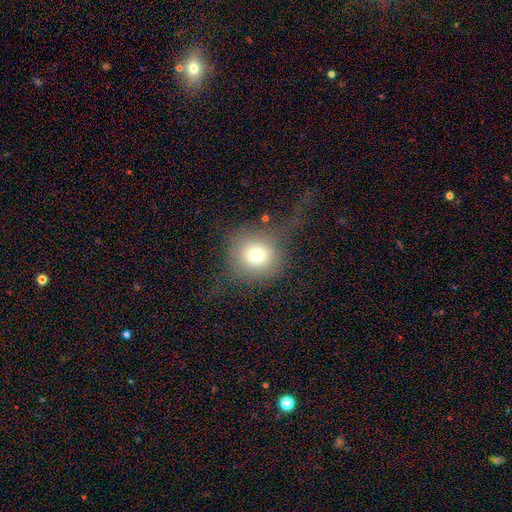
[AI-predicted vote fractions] Smooth or featured? Predicted: smooth (p=0.72). How rounded? Predicted: round (p=0.90). Merging? Predicted: none (p=0.55).